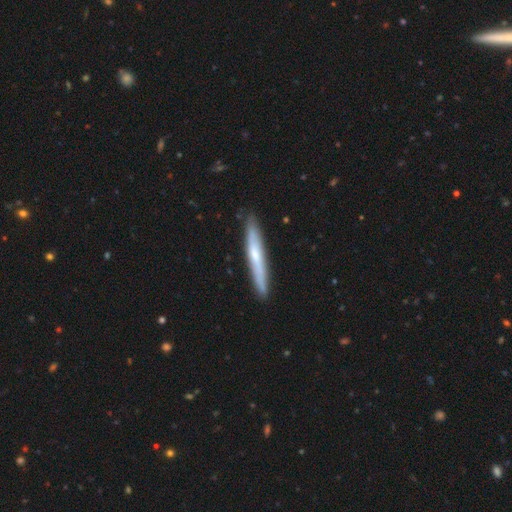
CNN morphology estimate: Smooth or featured?
  - smooth: 49% *
  - featured or disk: 45%
  - star or artifact: 5%
Merging?
  - none: 89% *
  - minor disturbance: 8%
  - major disturbance: 1%
  - merger: 1%